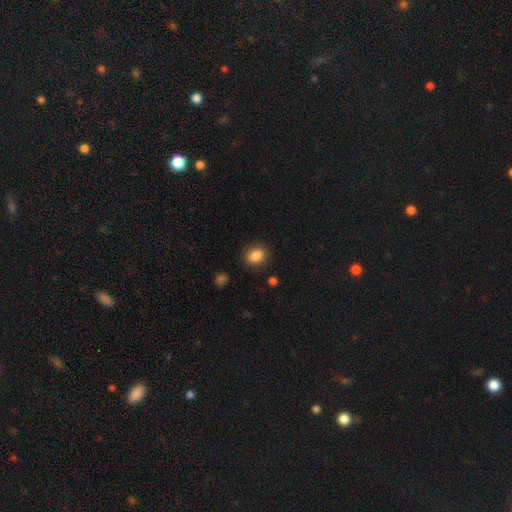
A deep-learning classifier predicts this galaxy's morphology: Smooth or featured? Predicted: smooth (p=0.87). How rounded? Predicted: in between (p=0.56). Merging? Predicted: none (p=0.86).